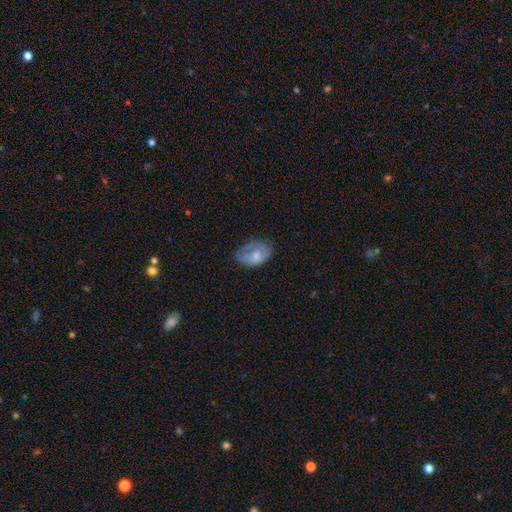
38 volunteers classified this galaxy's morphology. Q: Smooth or featured?
A: smooth (66%); runner-up: featured or disk (24%)
Q: How rounded?
A: in between (88%); runner-up: round (12%)
Q: Merging?
A: none (59%); runner-up: minor disturbance (32%)